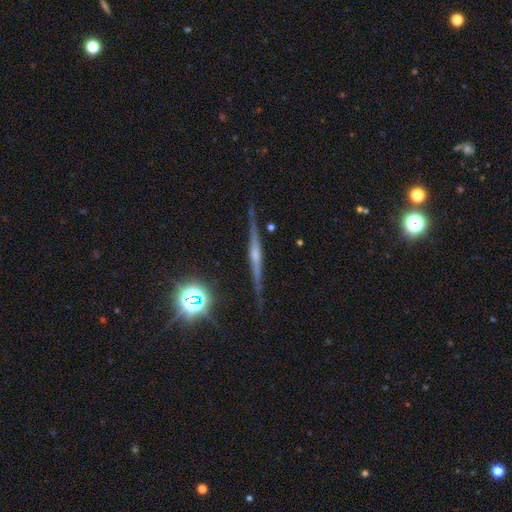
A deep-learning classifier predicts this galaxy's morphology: Smooth or featured?
  - featured or disk: 78% *
  - star or artifact: 12%
  - smooth: 11%
Edge-on disk?
  - yes: 98% *
  - no: 2%
Edge-on bulge?
  - rounded: 71% *
  - none: 17%
  - boxy: 12%
Merging?
  - none: 89% *
  - minor disturbance: 8%
  - major disturbance: 2%
  - merger: 1%